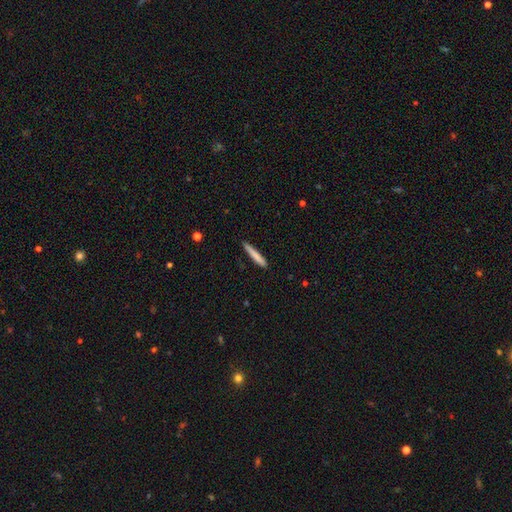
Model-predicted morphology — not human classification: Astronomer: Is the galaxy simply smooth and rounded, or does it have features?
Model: smooth — 78%.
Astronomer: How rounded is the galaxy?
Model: cigar-shaped — 96%.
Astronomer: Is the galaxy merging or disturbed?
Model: none — 89%.